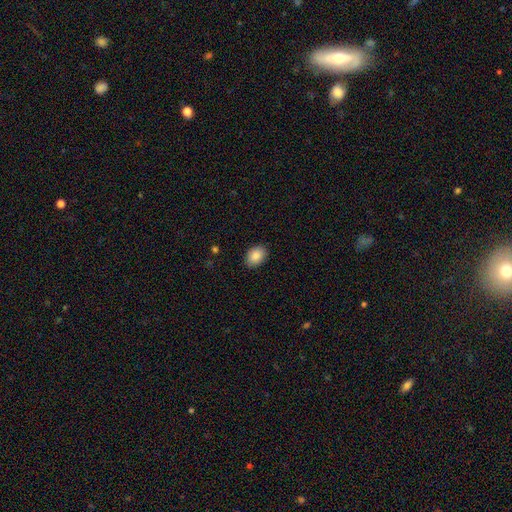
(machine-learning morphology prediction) Smooth or featured? smooth (87%)
How rounded? in between (77%)
Merging? none (89%)